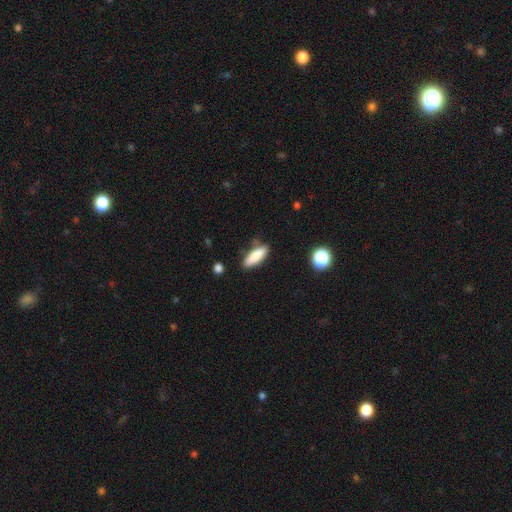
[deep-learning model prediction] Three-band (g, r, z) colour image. It shows a smooth galaxy with no disk features (84%) that is in between round and cigar-shaped (57%). Merging: none (79%).